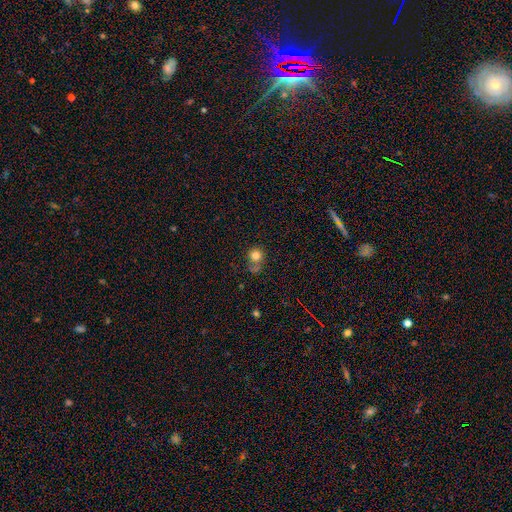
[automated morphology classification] Smooth or featured: smooth — 78% (star or artifact — 12%)
How rounded: round — 85% (in between — 14%)
Merging: none — 52% (merger — 19%)